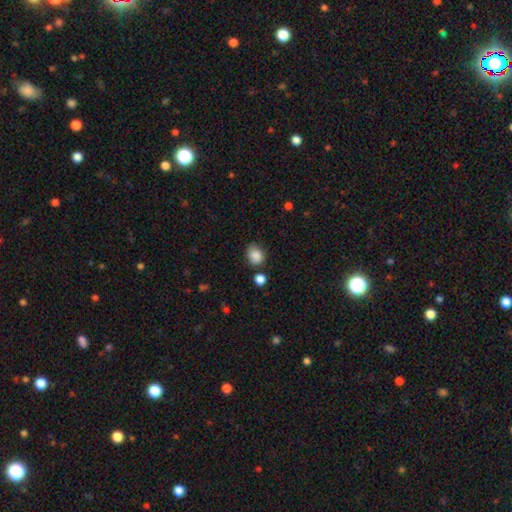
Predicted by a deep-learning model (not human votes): Smooth or featured?
  - smooth: 83% *
  - star or artifact: 9%
  - featured or disk: 8%
How rounded?
  - round: 51% *
  - in between: 48%
  - cigar-shaped: 1%
Merging?
  - none: 61% *
  - minor disturbance: 27%
  - major disturbance: 7%
  - merger: 5%